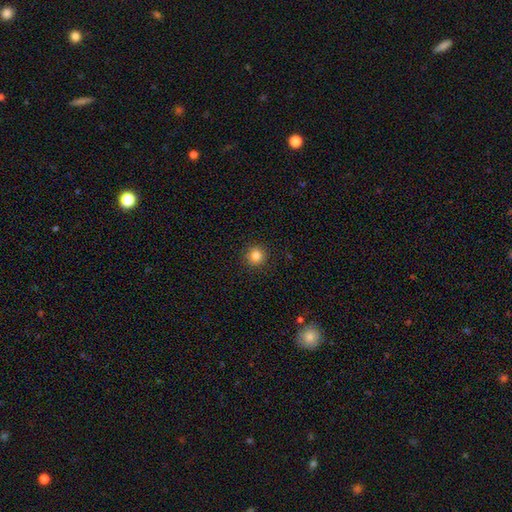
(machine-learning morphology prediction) Smooth or featured? Predicted: smooth (p=0.84). How rounded? Predicted: round (p=0.92). Merging? Predicted: none (p=0.91).